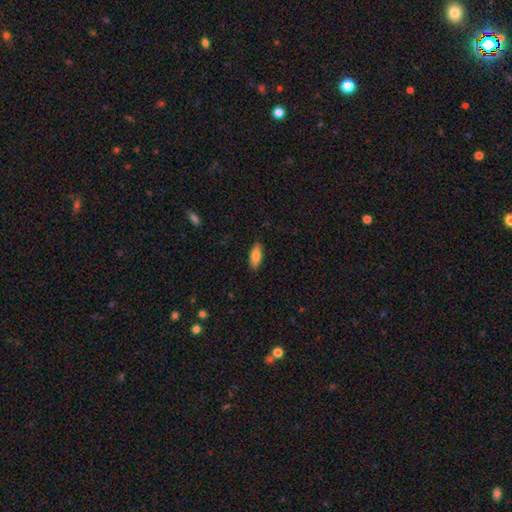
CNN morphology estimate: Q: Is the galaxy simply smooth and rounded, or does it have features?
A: smooth — 84%.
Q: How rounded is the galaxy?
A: in between — 73%.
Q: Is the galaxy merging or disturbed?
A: none — 88%.